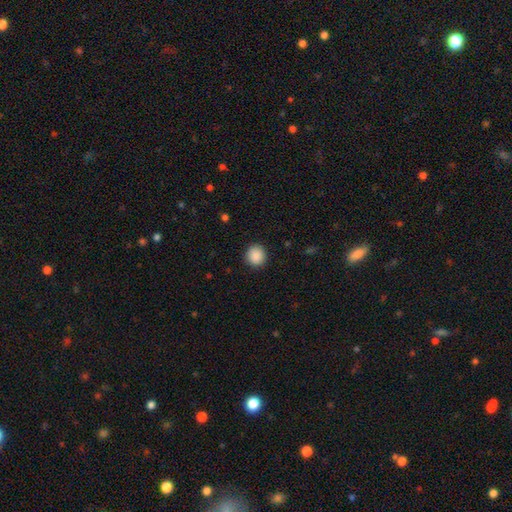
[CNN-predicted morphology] A smooth galaxy with no disk features (89%) that is round (90%). Merging: none (91%).